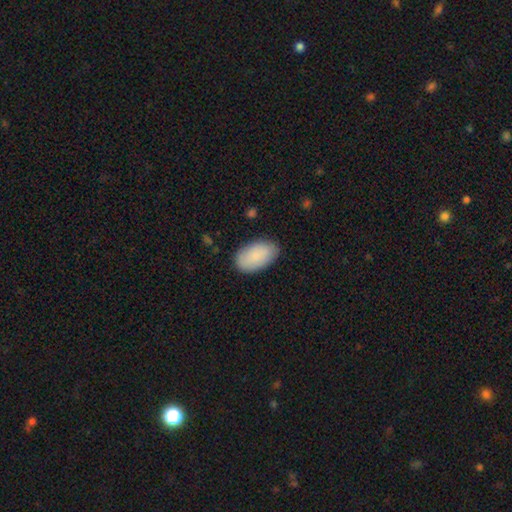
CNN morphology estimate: Overall: smooth (88%). How rounded: in between (95%). Merging: none (84%).